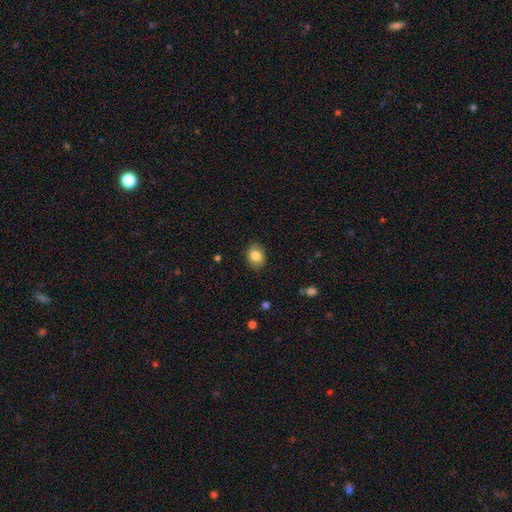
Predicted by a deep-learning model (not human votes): Smooth or featured? smooth (83%)
How rounded? in between (59%)
Merging? none (85%)